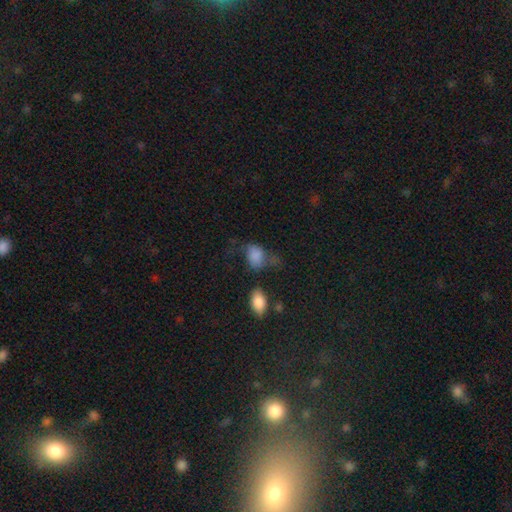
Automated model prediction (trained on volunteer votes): Smooth or featured? smooth (78%)
How rounded? in between (76%)
Merging? none (34%)